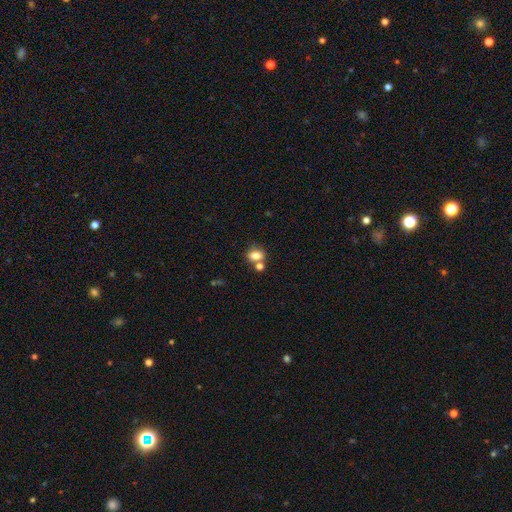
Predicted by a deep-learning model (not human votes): smooth-or-featured: smooth: 78% | featured or disk: 12% | star or artifact: 11%
  how-rounded: in between: 63% | round: 35% | cigar-shaped: 2%
  merging: none: 51% | merger: 33% | minor disturbance: 12% | major disturbance: 4%